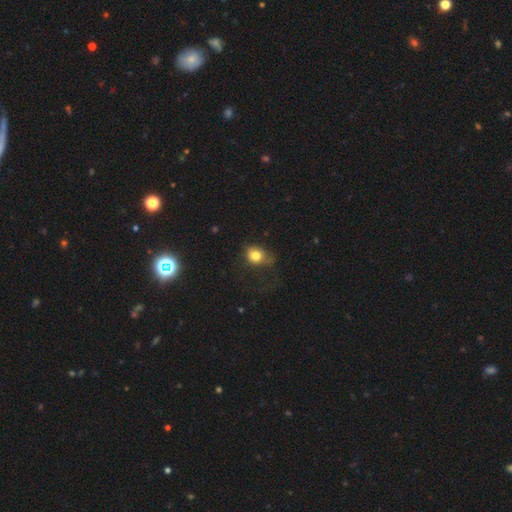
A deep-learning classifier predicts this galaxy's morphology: smooth 78%, star or artifact 11%, featured or disk 11%. Down the decision tree: how rounded — round (60%); merging — none (47%).